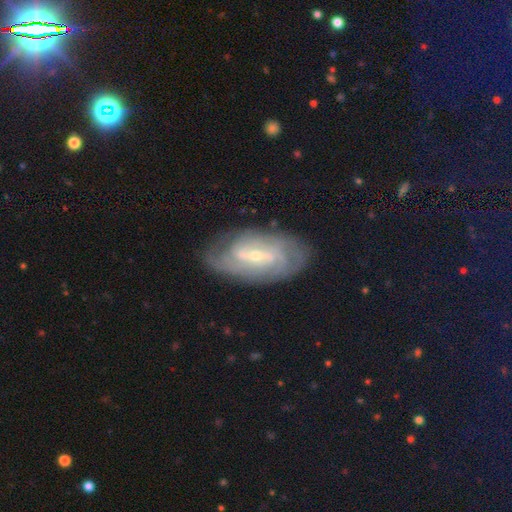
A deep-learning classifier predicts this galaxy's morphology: featured or disk 83%, smooth 11%, star or artifact 6%. Down the decision tree: edge-on disk — no (94%); bar — weak (46%); spiral arms — yes (92%); spiral arm count — can't tell (37%); spiral winding — tight (61%); bulge size — small (68%); merging — none (78%).